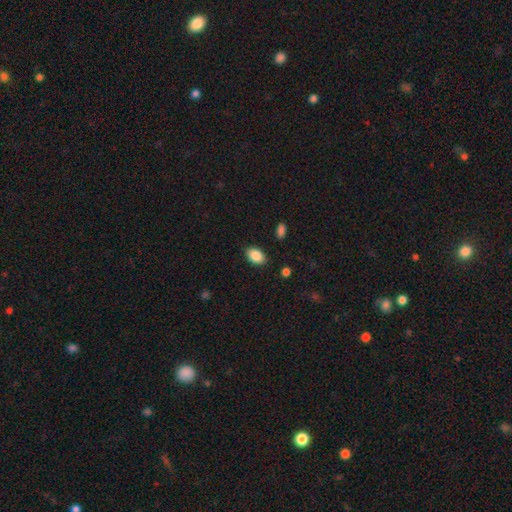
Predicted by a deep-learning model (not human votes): smooth-or-featured: smooth: 88% | star or artifact: 8% | featured or disk: 5%
  how-rounded: in between: 86% | round: 13% | cigar-shaped: 1%
  merging: none: 86% | minor disturbance: 9% | major disturbance: 3% | merger: 2%